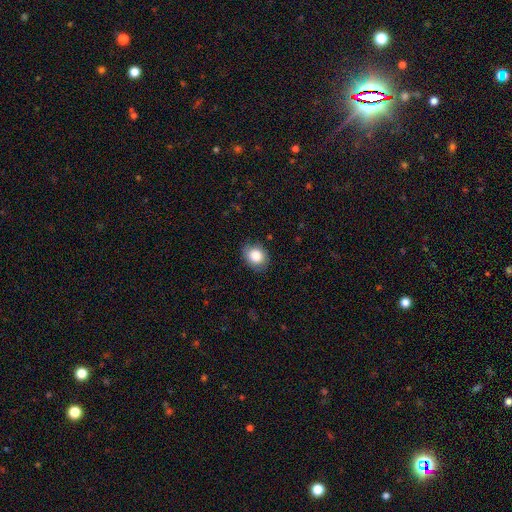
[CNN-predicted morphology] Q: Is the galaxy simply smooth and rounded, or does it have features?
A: smooth — 85%.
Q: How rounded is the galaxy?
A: round — 52%.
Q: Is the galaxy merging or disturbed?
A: none — 78%.